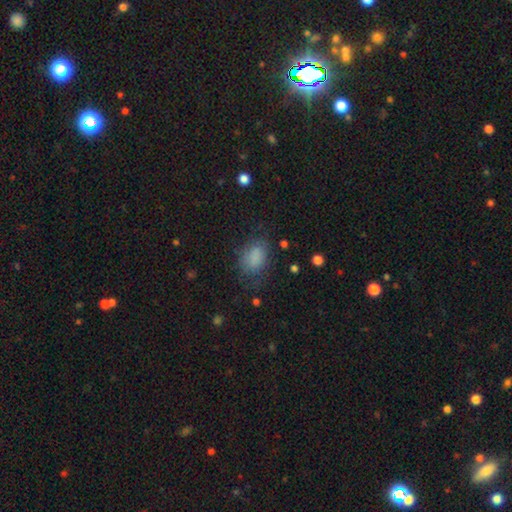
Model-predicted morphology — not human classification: This is likely a smooth galaxy (79%). How rounded: likely in between (78%). Merging: likely none (67%).